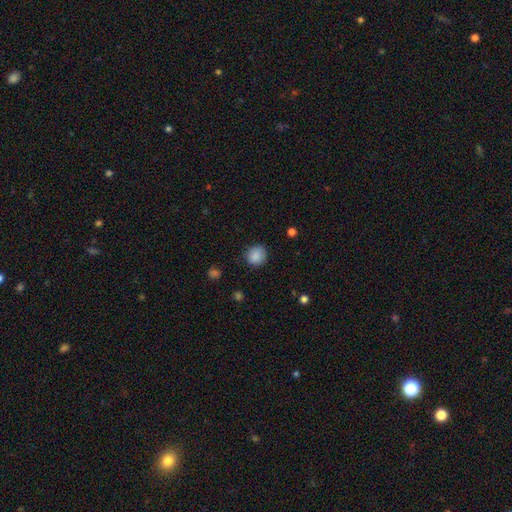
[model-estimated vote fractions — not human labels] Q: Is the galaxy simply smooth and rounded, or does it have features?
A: smooth — 88%.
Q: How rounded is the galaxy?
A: round — 87%.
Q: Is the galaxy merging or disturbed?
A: none — 85%.